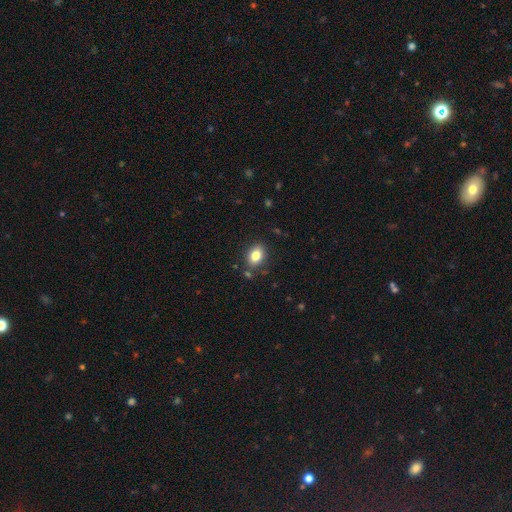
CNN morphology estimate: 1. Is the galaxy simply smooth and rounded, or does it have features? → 81% smooth, 9% star or artifact, 9% featured or disk.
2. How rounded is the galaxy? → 75% in between, 23% round, 1% cigar-shaped.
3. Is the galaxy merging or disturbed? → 83% none, 10% minor disturbance, 4% merger, 3% major disturbance.